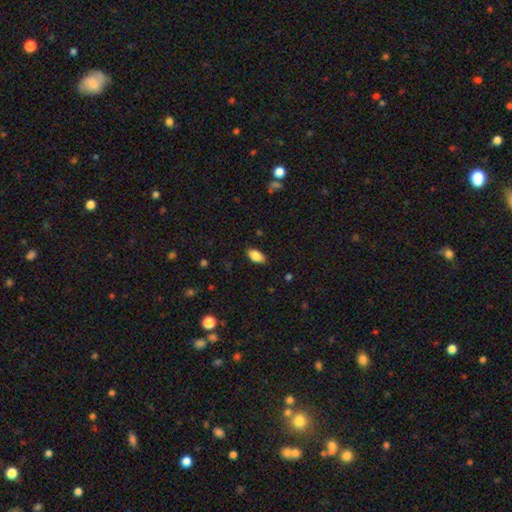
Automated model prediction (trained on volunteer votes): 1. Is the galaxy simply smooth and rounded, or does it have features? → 88% smooth, 8% star or artifact, 5% featured or disk.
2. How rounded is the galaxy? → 93% in between, 4% cigar-shaped, 3% round.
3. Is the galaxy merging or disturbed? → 85% none, 11% minor disturbance, 2% major disturbance, 1% merger.